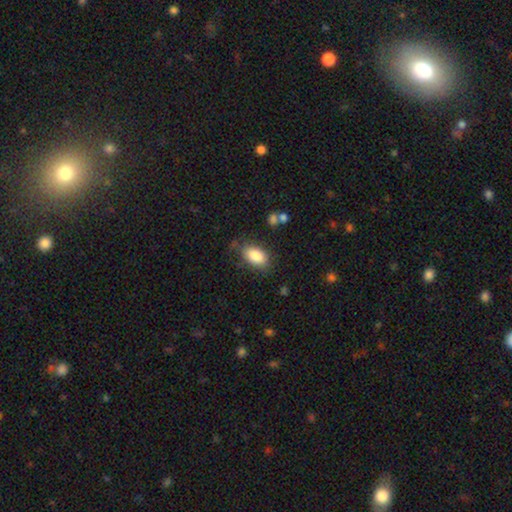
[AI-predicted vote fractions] Smooth or featured? smooth (85%)
How rounded? in between (92%)
Merging? none (75%)